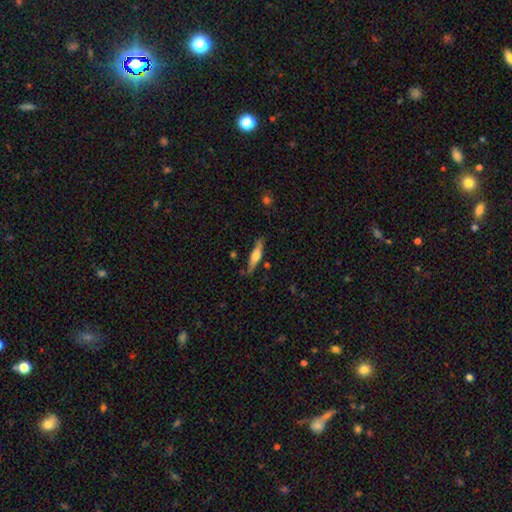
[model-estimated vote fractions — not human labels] A featured or disk galaxy (51%) viewed edge-on (94%). Merging: none (82%).